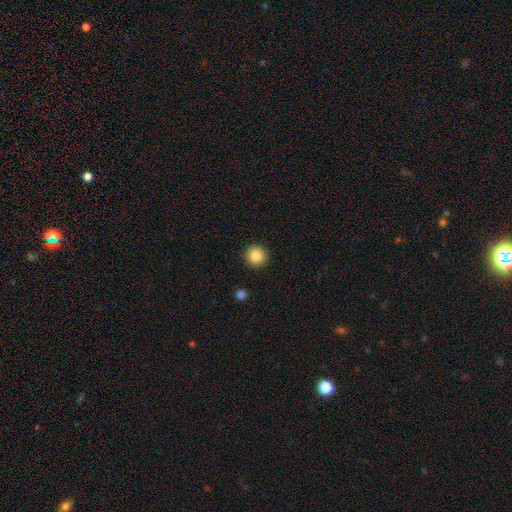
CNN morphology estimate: This appears to be a smooth galaxy with no disk features (85%) that is round (95%). Merging: none (93%).